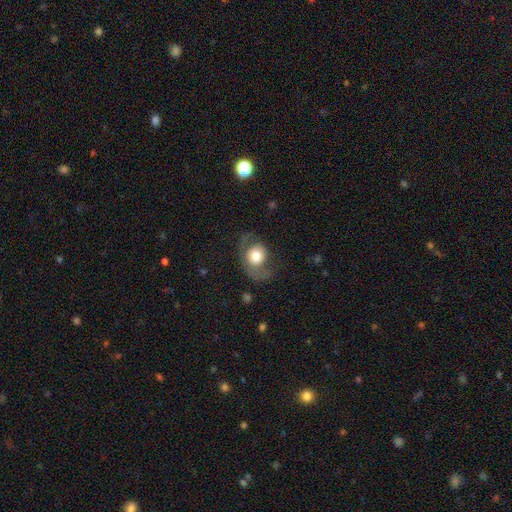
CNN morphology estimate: Smooth or featured: smooth — 56% (featured or disk — 37%)
How rounded: round — 62% (in between — 37%)
Merging: none — 50% (major disturbance — 27%)